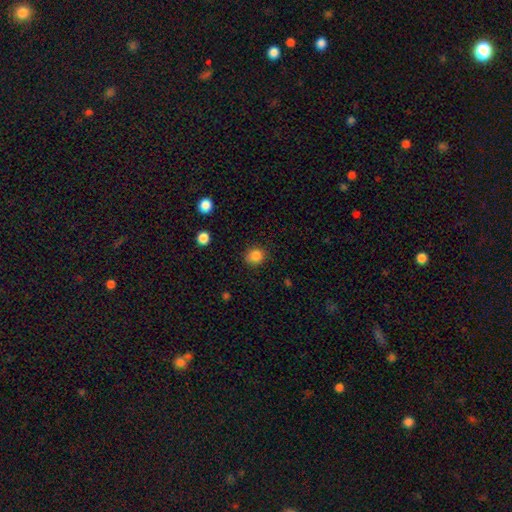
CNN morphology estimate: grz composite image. It shows a smooth galaxy with no disk features (85%) that is round (80%). Merging: none (82%).